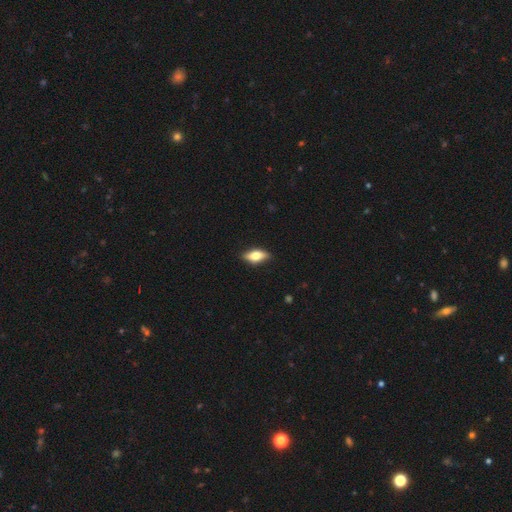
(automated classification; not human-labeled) Smooth or featured: smooth — 67% (featured or disk — 26%)
How rounded: in between — 81% (cigar-shaped — 15%)
Merging: none — 85% (minor disturbance — 12%)